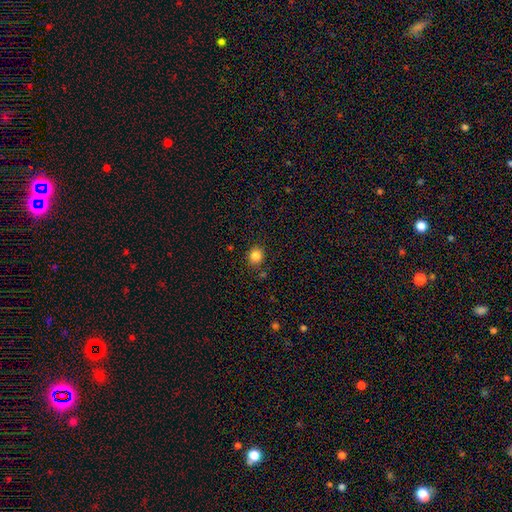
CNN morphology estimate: Overall: smooth (85%). How rounded: round (81%). Merging: none (85%).